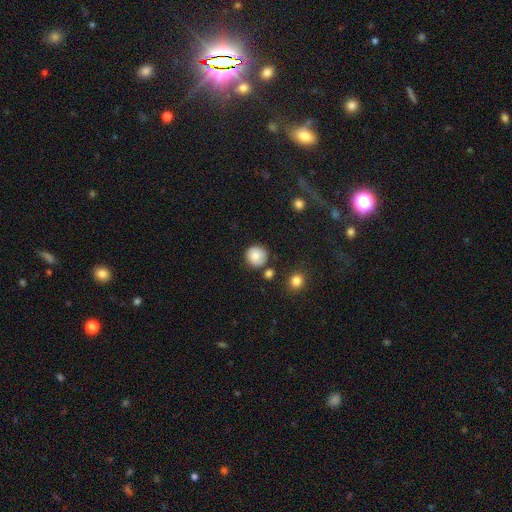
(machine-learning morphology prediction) smooth_or_featured: smooth (p=0.84) [alt: star or artifact p=0.09]
how_rounded: round (p=0.94) [alt: in between p=0.05]
merging: none (p=0.82) [alt: minor disturbance p=0.10]